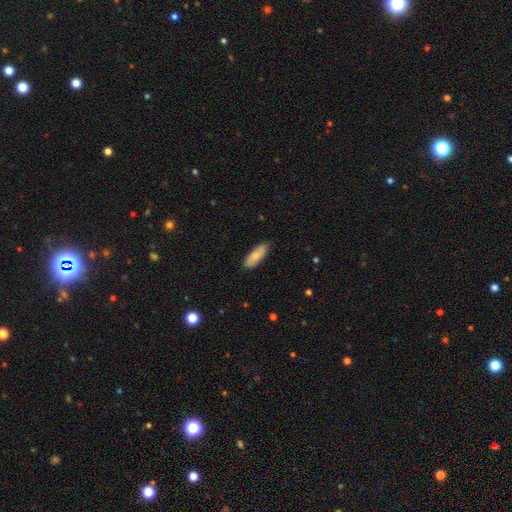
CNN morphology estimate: smooth_or_featured: smooth (p=0.82) [alt: featured or disk p=0.12]
how_rounded: in between (p=0.62) [alt: cigar-shaped p=0.36]
merging: none (p=0.86) [alt: minor disturbance p=0.11]